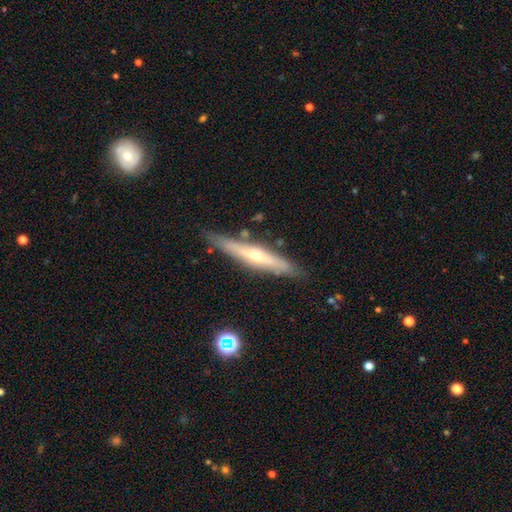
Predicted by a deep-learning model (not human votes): smooth_or_featured: featured or disk (p=0.64) [alt: smooth p=0.30]
disk_edge_on: yes (p=0.88) [alt: no p=0.12]
edge_on_bulge: rounded (p=0.77) [alt: none p=0.19]
merging: none (p=0.81) [alt: minor disturbance p=0.13]